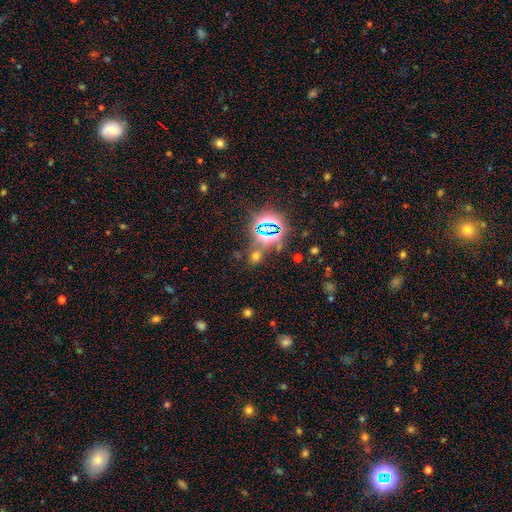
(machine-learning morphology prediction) smooth-or-featured: star or artifact: 52% | smooth: 40% | featured or disk: 8%